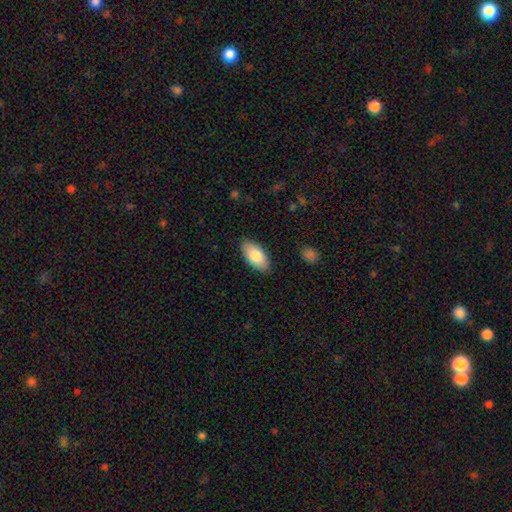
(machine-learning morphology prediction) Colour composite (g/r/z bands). It shows a smooth galaxy with no disk features (82%) that is in between round and cigar-shaped (94%). Merging: none (87%).